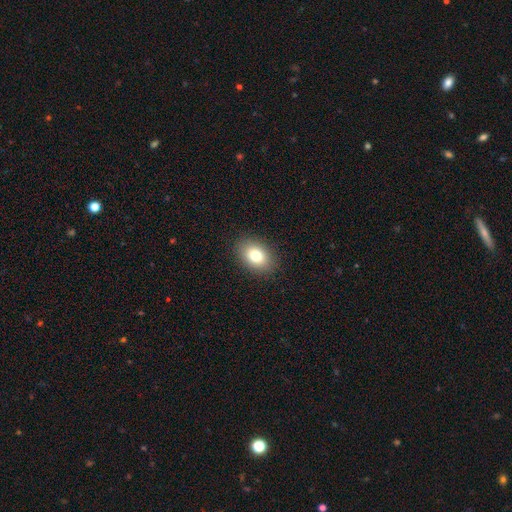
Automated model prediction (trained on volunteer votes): Smooth or featured?
  - smooth: 79% *
  - featured or disk: 11%
  - star or artifact: 10%
How rounded?
  - in between: 78% *
  - round: 20%
  - cigar-shaped: 1%
Merging?
  - none: 89% *
  - minor disturbance: 8%
  - major disturbance: 2%
  - merger: 1%